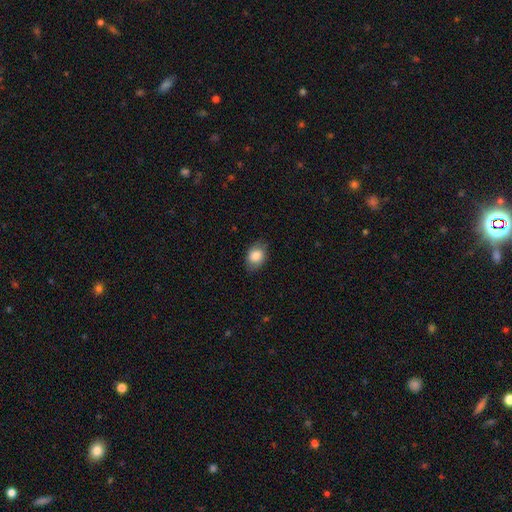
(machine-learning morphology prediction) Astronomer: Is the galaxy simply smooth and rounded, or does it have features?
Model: smooth — 84%.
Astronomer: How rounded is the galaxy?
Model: in between — 76%.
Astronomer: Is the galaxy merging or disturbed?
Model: none — 81%.